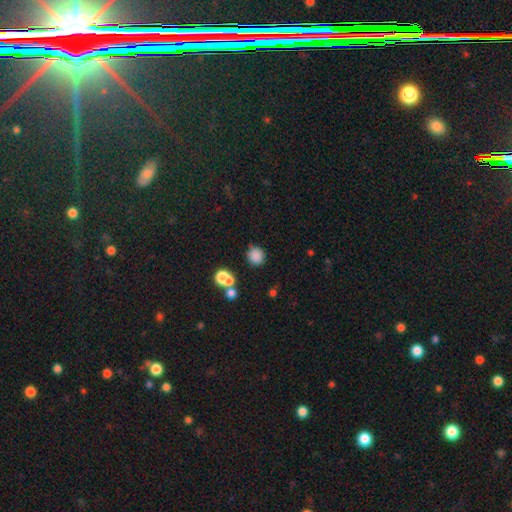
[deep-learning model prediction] Smooth or featured? Predicted: smooth (p=0.81). How rounded? Predicted: round (p=0.88). Merging? Predicted: none (p=0.72).